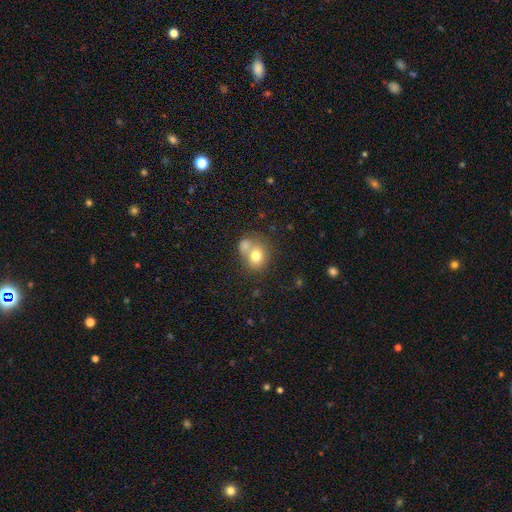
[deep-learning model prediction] Smooth or featured? Predicted: smooth (p=0.74). How rounded? Predicted: round (p=0.68). Merging? Predicted: merger (p=0.45).